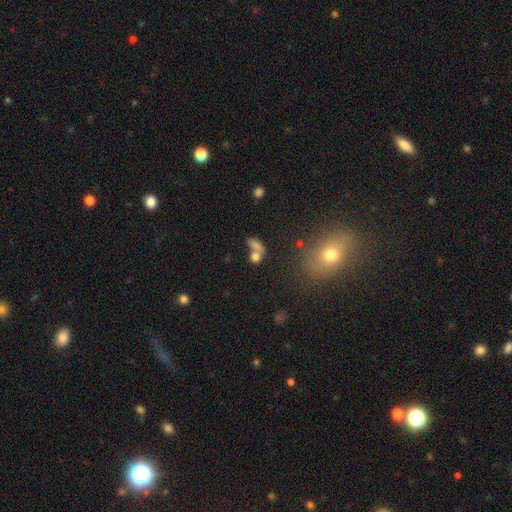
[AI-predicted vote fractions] This appears to be a smooth galaxy with no disk features (61%) that is in between round and cigar-shaped (55%). Merging: none (49%).